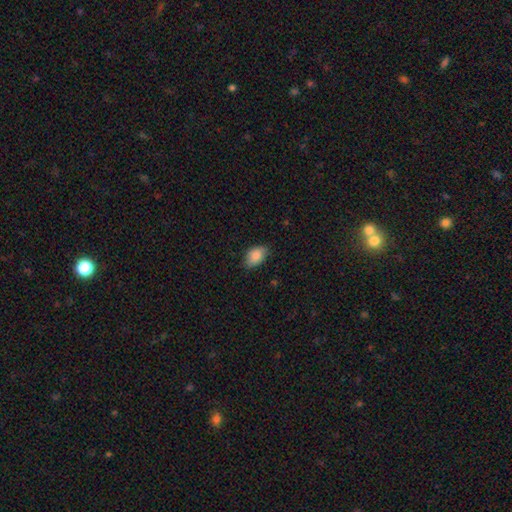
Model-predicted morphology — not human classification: Smooth or featured? Predicted: smooth (p=0.86). How rounded? Predicted: in between (p=0.88). Merging? Predicted: none (p=0.78).